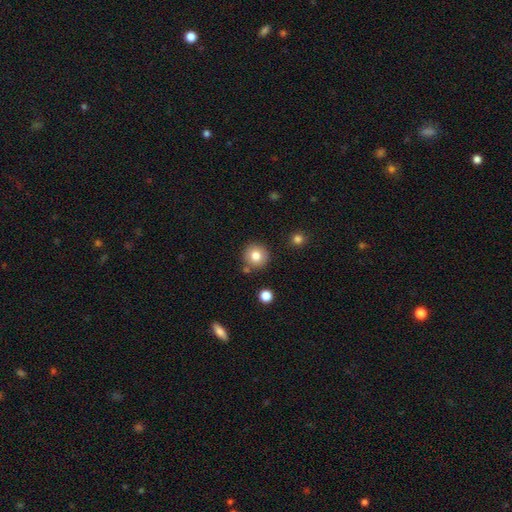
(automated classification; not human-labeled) Overall: smooth (80%). How rounded: round (94%). Merging: none (84%).